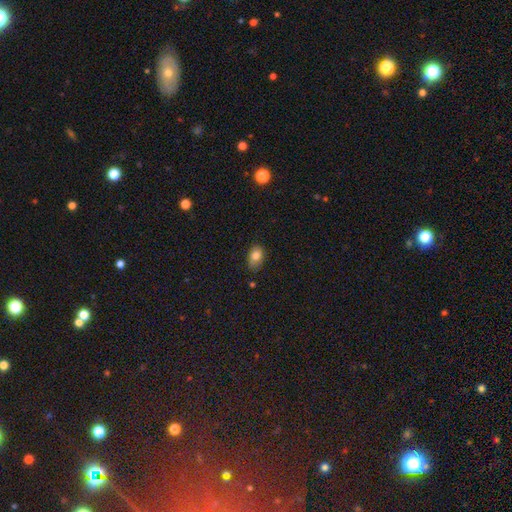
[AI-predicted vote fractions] This appears to be a smooth galaxy with no disk features (81%) that is in between round and cigar-shaped (82%). Merging: none (69%).